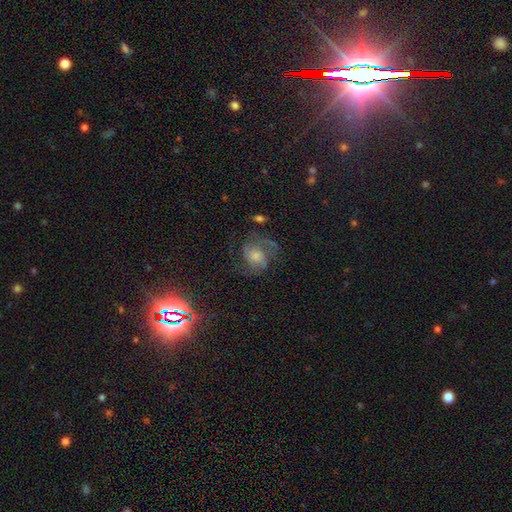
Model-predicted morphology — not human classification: This appears to be a featured or disk galaxy (64%) with no bar (65%), 2 (62%) medium (53%) spiral arms (92%) and a moderate central bulge (45%). Merging: none (68%).